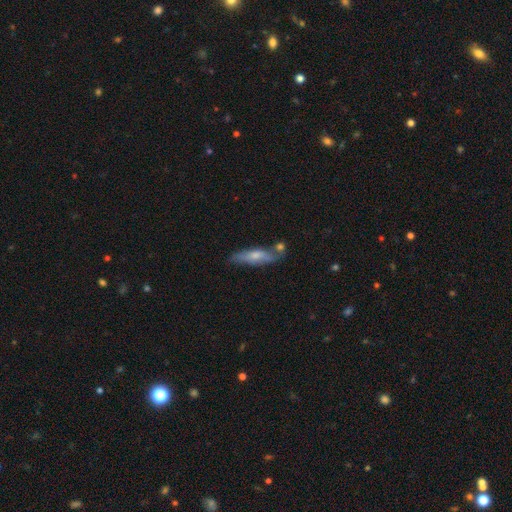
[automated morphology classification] Smooth or featured? Predicted: smooth (p=0.56). How rounded? Predicted: cigar-shaped (p=0.66). Merging? Predicted: none (p=0.59).